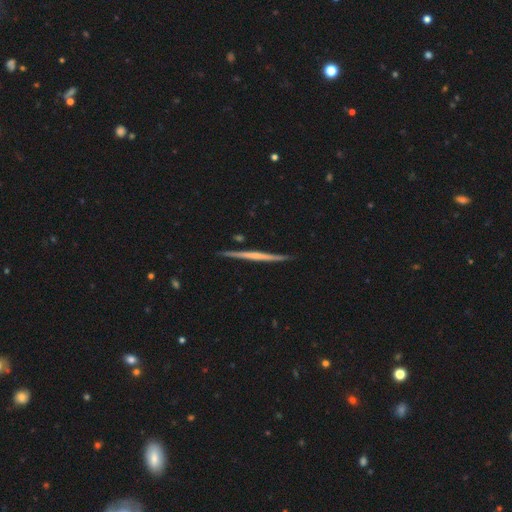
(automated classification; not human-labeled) smooth_or_featured: featured or disk (p=0.67) [alt: smooth p=0.28]
disk_edge_on: yes (p=0.98) [alt: no p=0.02]
edge_on_bulge: none (p=0.72) [alt: rounded p=0.20]
merging: none (p=0.91) [alt: minor disturbance p=0.07]